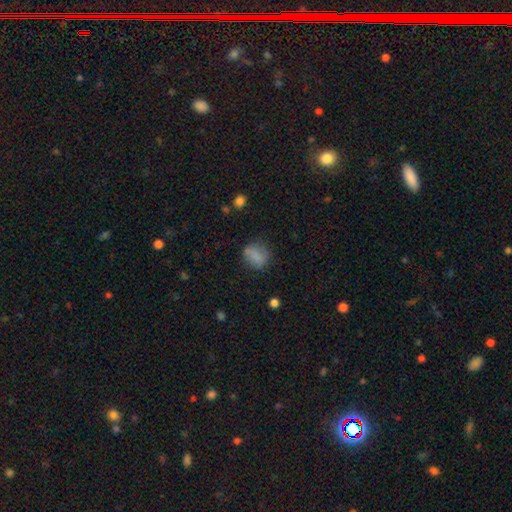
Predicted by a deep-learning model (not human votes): Morphology: type=smooth (77%); roundness=round (59%); merging=none (67%).